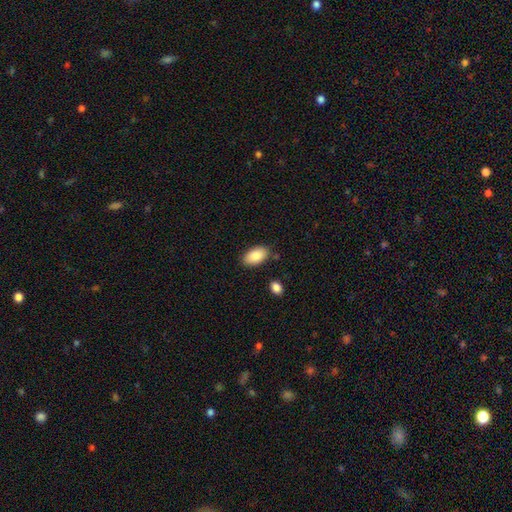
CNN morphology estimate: This is clearly a smooth galaxy (87%). How rounded: clearly in between (94%). Merging: clearly none (83%).